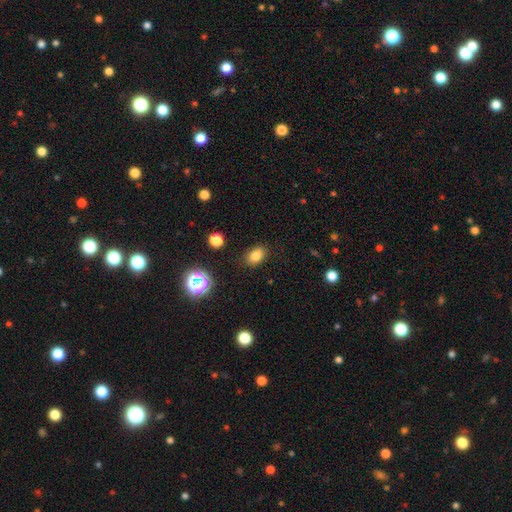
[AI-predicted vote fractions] smooth_or_featured: smooth (p=0.79) [alt: star or artifact p=0.14]
how_rounded: in between (p=0.76) [alt: round p=0.23]
merging: none (p=0.84) [alt: minor disturbance p=0.11]